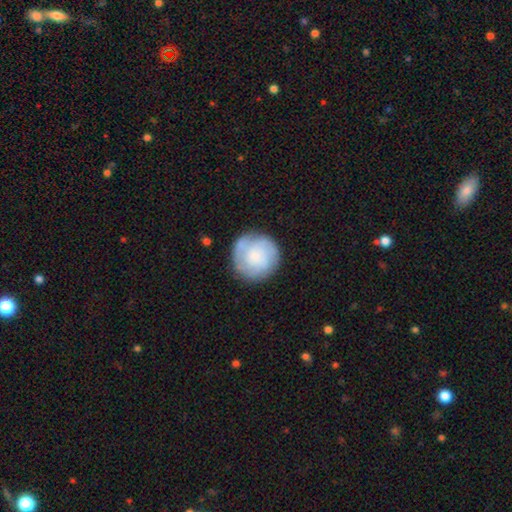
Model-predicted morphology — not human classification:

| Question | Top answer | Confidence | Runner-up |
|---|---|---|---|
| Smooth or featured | featured or disk | 52% | smooth (41%) |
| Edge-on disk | no | 98% | yes (2%) |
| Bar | no | 78% | weak (19%) |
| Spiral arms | yes | 84% | no (16%) |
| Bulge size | small | 58% | moderate (25%) |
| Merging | none | 79% | minor disturbance (14%) |